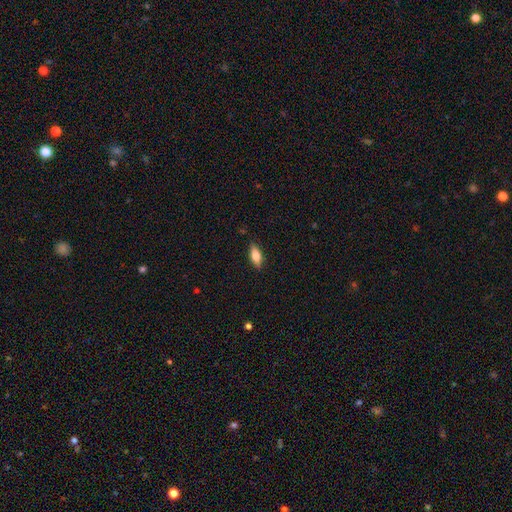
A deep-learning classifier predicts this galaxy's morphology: Q: Smooth or featured?
A: smooth (75%); runner-up: featured or disk (18%)
Q: How rounded?
A: in between (78%); runner-up: cigar-shaped (20%)
Q: Merging?
A: none (85%); runner-up: minor disturbance (12%)